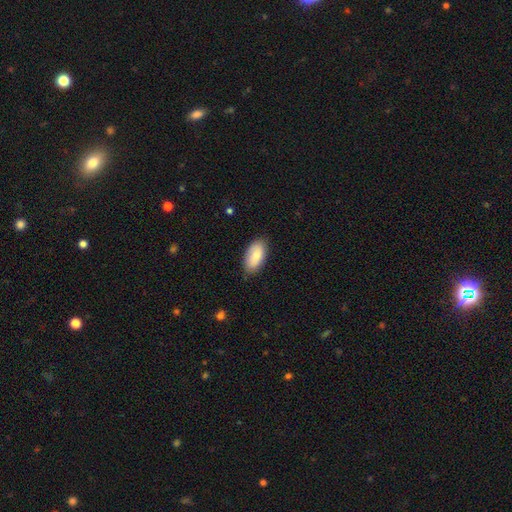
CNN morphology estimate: Smooth or featured: smooth — 83% (featured or disk — 11%)
How rounded: in between — 94% (cigar-shaped — 3%)
Merging: none — 81% (minor disturbance — 15%)